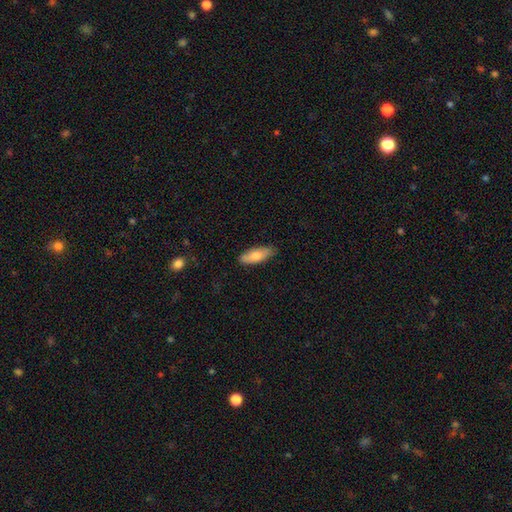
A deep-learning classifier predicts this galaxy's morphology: smooth-or-featured: smooth: 74% | featured or disk: 20% | star or artifact: 6%
  how-rounded: in between: 65% | cigar-shaped: 33% | round: 2%
  merging: none: 85% | minor disturbance: 12% | major disturbance: 2% | merger: 1%